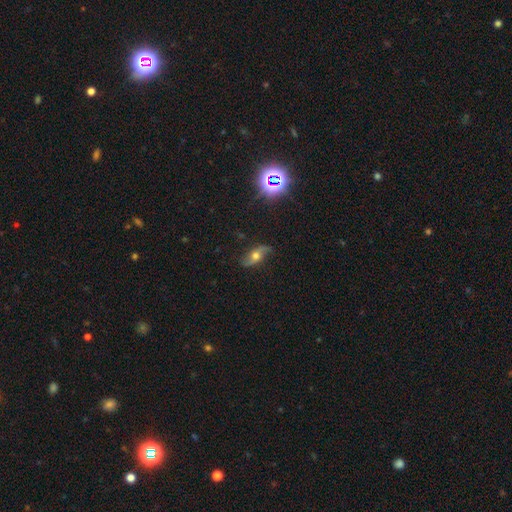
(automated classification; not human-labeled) Morphology: type=featured or disk (62%); edge-on=no (81%); bar=no (69%); spiral arms=yes (85%); bulge=moderate (62%); merging=none (78%).